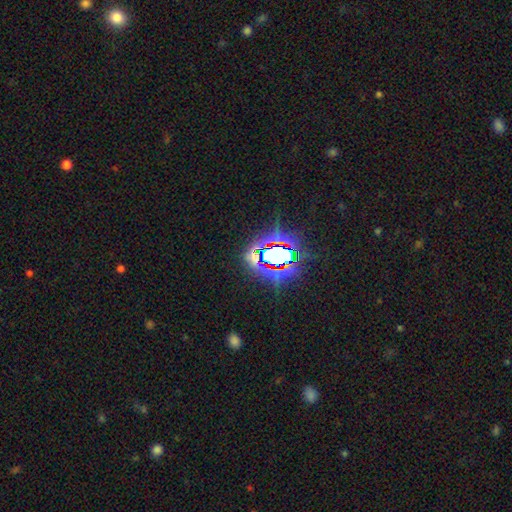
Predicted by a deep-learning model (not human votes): Overall: star or artifact (75%).